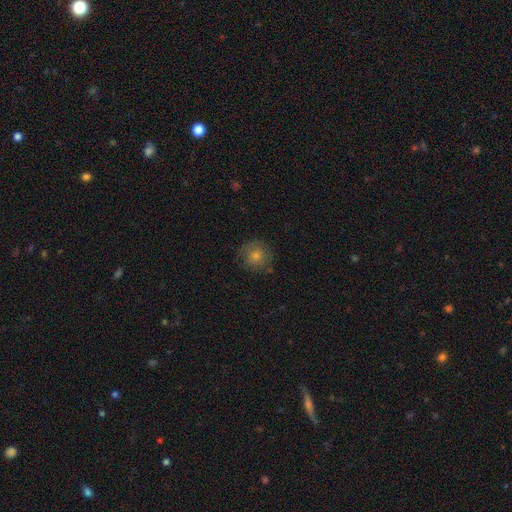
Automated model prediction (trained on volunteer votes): Overall: smooth (61%; featured or disk 23%). How rounded: round (92%). Merging: none (80%).